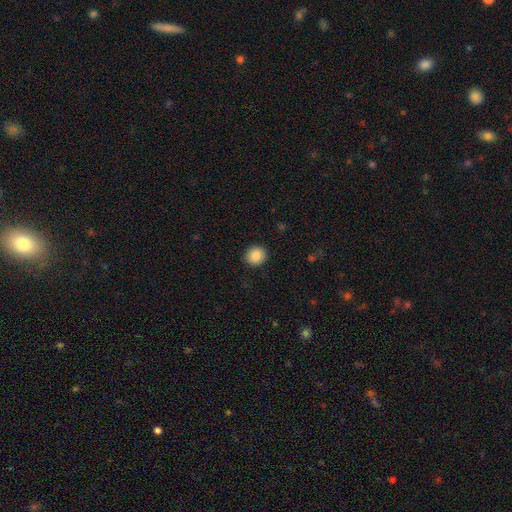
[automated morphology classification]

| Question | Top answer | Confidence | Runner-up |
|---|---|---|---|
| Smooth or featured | smooth | 87% | star or artifact (9%) |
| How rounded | round | 85% | in between (14%) |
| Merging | none | 91% | minor disturbance (6%) |